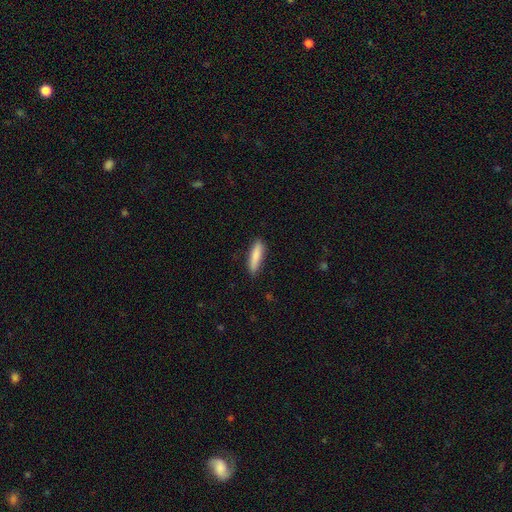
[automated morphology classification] A smooth galaxy with no disk features (85%) that is cigar-shaped (75%). Merging: none (86%).